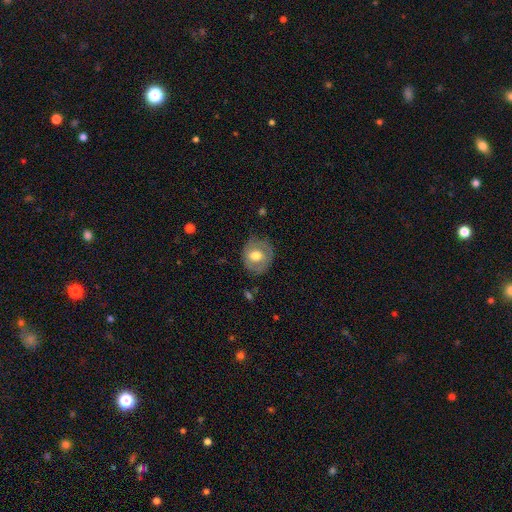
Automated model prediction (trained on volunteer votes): Smooth or featured? Predicted: smooth (p=0.59). How rounded? Predicted: round (p=0.73). Merging? Predicted: none (p=0.72).